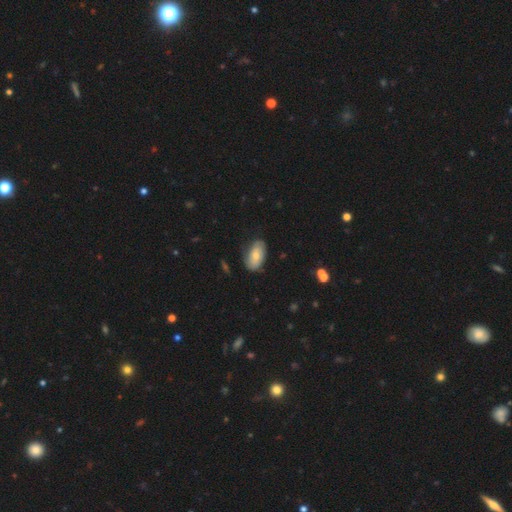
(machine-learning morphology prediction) Smooth or featured? smooth (60%)
How rounded? in between (93%)
Merging? none (72%)